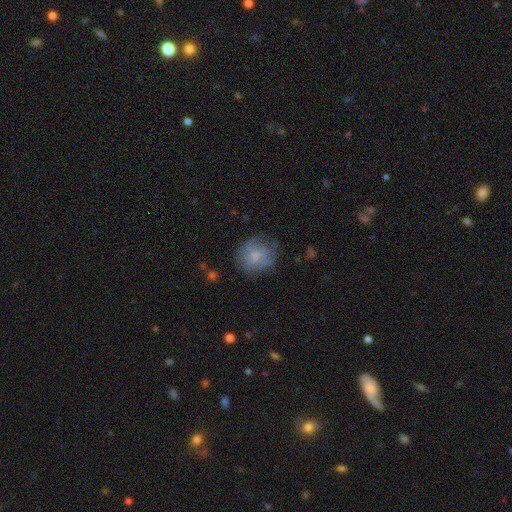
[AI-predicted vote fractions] smooth-or-featured: smooth: 59% | featured or disk: 32% | star or artifact: 9%
  how-rounded: round: 80% | in between: 19% | cigar-shaped: 1%
  merging: none: 57% | minor disturbance: 26% | major disturbance: 14% | merger: 2%